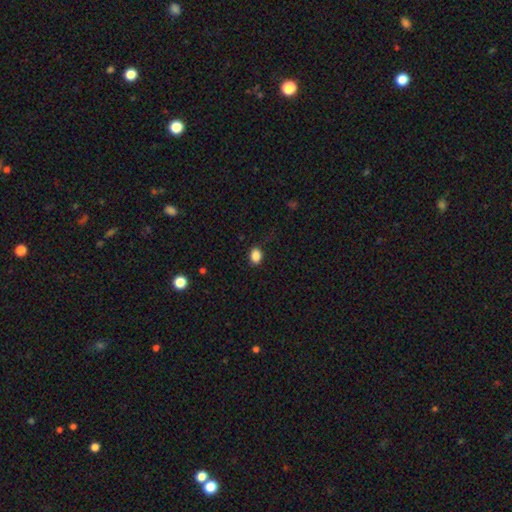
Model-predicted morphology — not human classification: Q: Smooth or featured?
A: smooth (87%); runner-up: star or artifact (10%)
Q: How rounded?
A: in between (65%); runner-up: round (34%)
Q: Merging?
A: none (84%); runner-up: minor disturbance (12%)